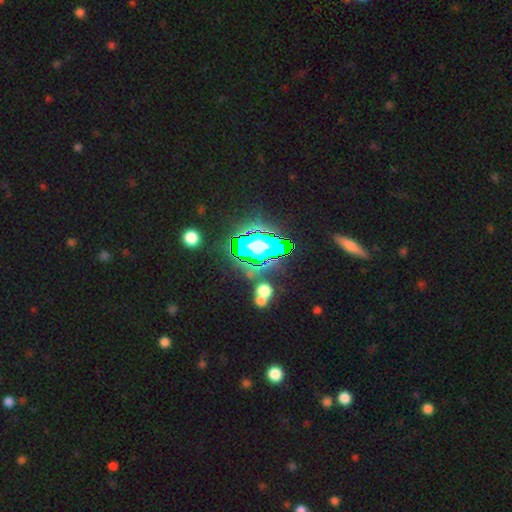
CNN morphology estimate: star or artifact 69%, smooth 17%, featured or disk 14%.